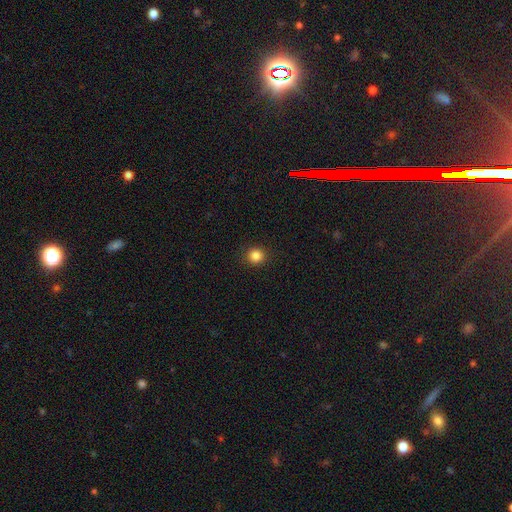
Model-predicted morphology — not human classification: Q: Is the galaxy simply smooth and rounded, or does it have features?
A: smooth — 85%.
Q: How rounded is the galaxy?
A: round — 92%.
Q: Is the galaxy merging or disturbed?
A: none — 92%.